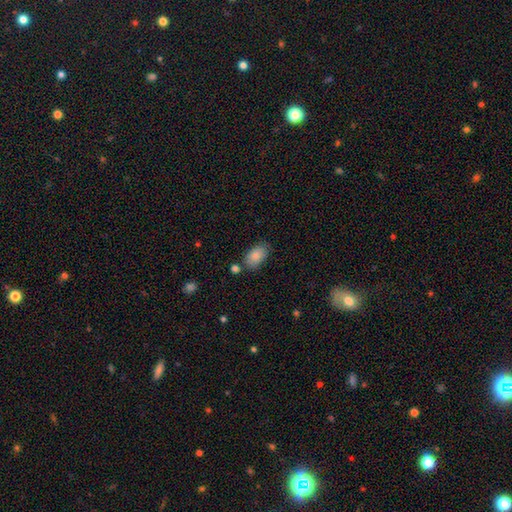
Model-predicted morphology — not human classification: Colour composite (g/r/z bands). It shows a smooth galaxy with no disk features (86%) that is in between round and cigar-shaped (92%). Merging: none (74%).